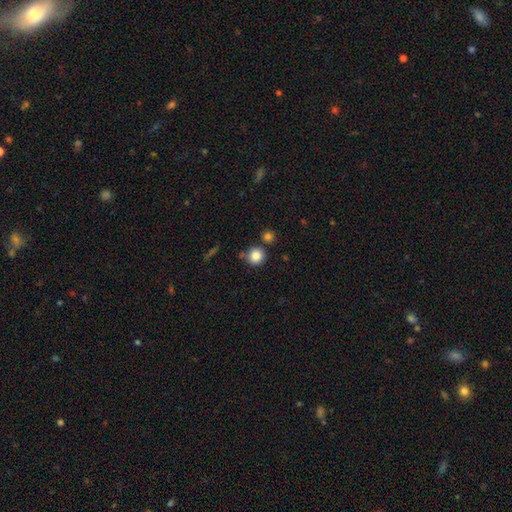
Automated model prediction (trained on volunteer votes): smooth 85%, star or artifact 10%, featured or disk 5%. Down the decision tree: how rounded — round (92%); merging — none (78%).